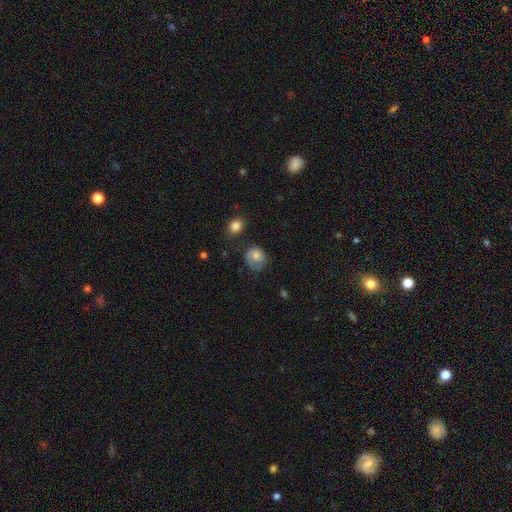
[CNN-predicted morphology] A smooth galaxy with no disk features (63%) that is round (67%). Merging: none (53%).